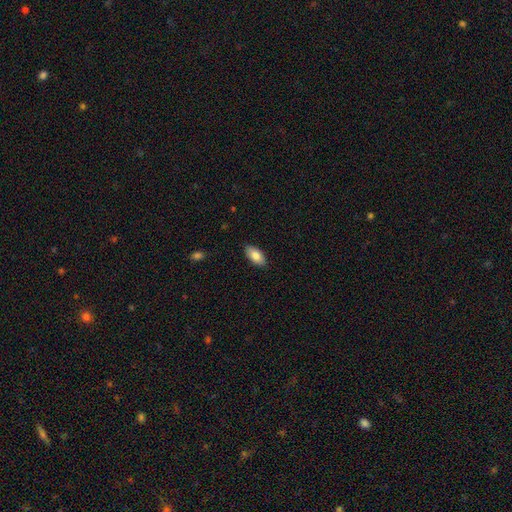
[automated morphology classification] Smooth or featured: smooth — 82% (featured or disk — 12%)
How rounded: in between — 94% (cigar-shaped — 4%)
Merging: none — 88% (minor disturbance — 9%)